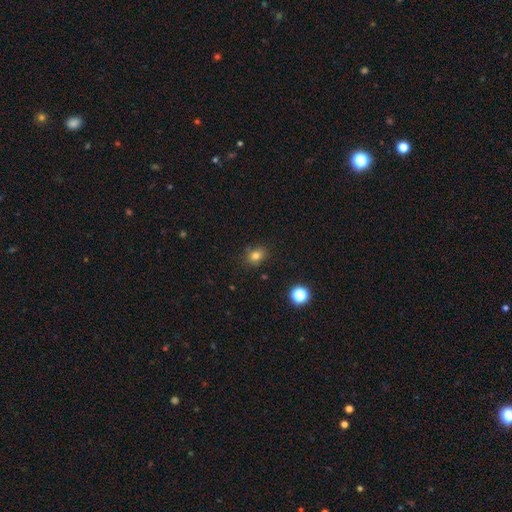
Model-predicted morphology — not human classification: smooth 78%, star or artifact 15%, featured or disk 7%. Down the decision tree: how rounded — round (53%); merging — none (78%).